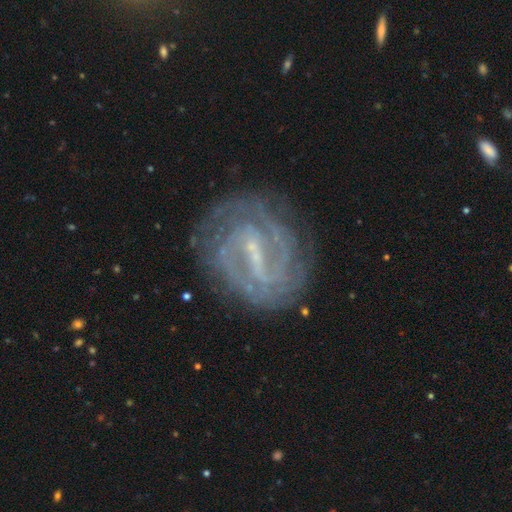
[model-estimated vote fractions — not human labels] Smooth or featured?
  - featured or disk: 88% *
  - star or artifact: 6%
  - smooth: 6%
Edge-on disk?
  - no: 97% *
  - yes: 3%
Bar?
  - strong: 55% *
  - weak: 35%
  - no: 9%
Spiral arms?
  - yes: 95% *
  - no: 5%
Spiral winding?
  - tight: 61% *
  - medium: 31%
  - loose: 8%
Spiral arm count?
  - 2: 43% *
  - can't tell: 25%
  - 3: 13%
  - 4: 8%
  - more than 4: 6%
  - 1: 5%
Bulge size?
  - small: 71% *
  - none: 16%
  - moderate: 10%
  - large: 1%
  - dominant: 1%
Merging?
  - none: 79% *
  - minor disturbance: 13%
  - major disturbance: 6%
  - merger: 2%